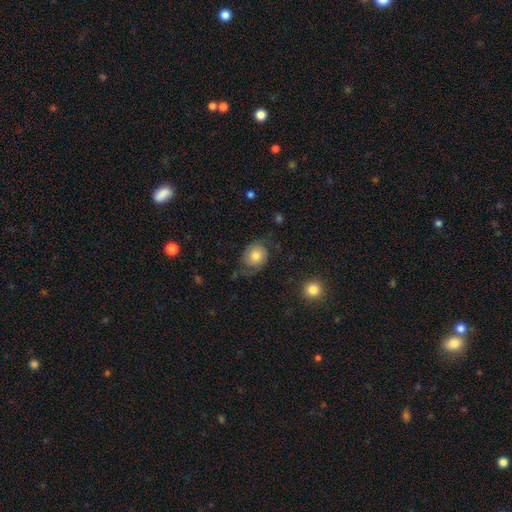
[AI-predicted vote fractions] Smooth or featured: featured or disk — 49% (smooth — 42%)
Merging: none — 58% (minor disturbance — 23%)